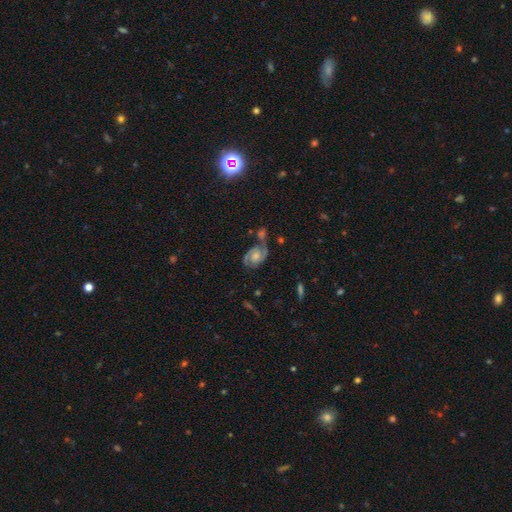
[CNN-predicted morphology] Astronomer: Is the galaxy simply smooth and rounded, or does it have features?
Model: featured or disk — 79%.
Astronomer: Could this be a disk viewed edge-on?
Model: no — 97%.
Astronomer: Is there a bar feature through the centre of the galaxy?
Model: no — 69%.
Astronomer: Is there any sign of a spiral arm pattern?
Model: yes — 95%.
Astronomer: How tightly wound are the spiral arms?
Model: medium — 45% (runner-up: tight, 39%).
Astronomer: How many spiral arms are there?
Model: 2 — 86%.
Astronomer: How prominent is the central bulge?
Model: moderate — 52% (runner-up: small, 33%).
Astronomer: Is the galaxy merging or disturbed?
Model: none — 45% (runner-up: merger, 24%).